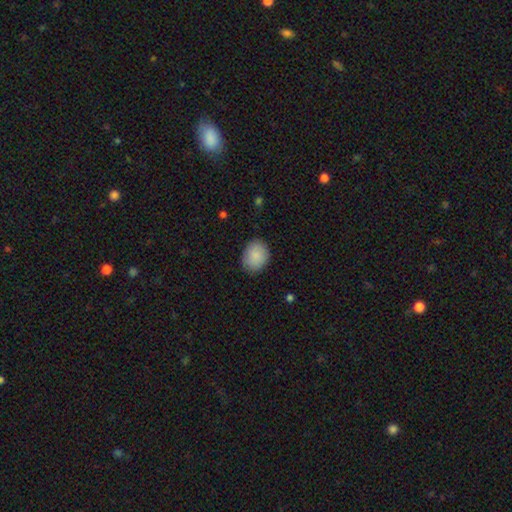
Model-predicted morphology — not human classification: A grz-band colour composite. It shows a smooth galaxy with no disk features (88%) that is in between round and cigar-shaped (56%). Merging: none (83%).